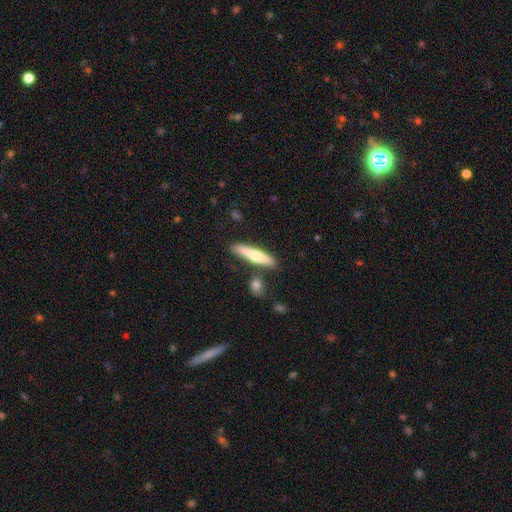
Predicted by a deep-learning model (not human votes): This appears to be a smooth galaxy with no disk features (52%) that is cigar-shaped (86%). Merging: none (80%).